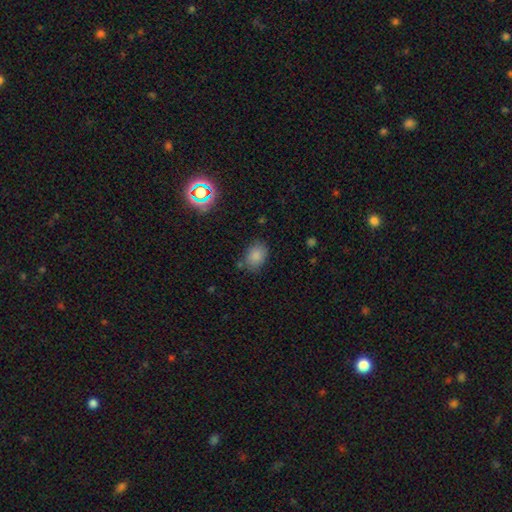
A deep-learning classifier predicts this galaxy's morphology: smooth_or_featured: smooth (p=0.84) [alt: star or artifact p=0.11]
how_rounded: in between (p=0.66) [alt: round p=0.33]
merging: none (p=0.75) [alt: minor disturbance p=0.17]